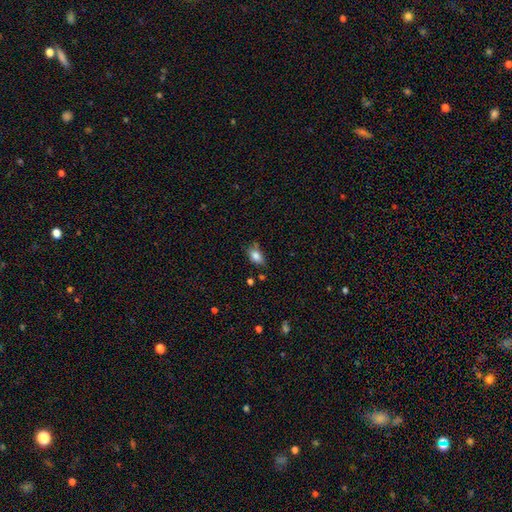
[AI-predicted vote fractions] The model was most divided on "merging": none: 63%, minor disturbance: 26%, merger: 6%, major disturbance: 6%. More confident: how rounded — in between (87%); smooth or featured — smooth (81%).